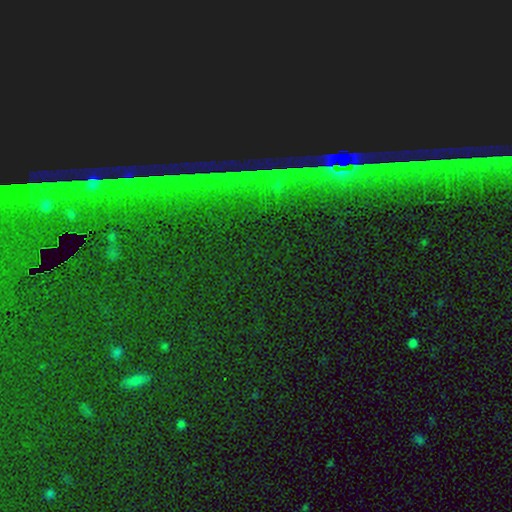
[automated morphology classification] Smooth or featured: star or artifact — 84% (featured or disk — 9%)